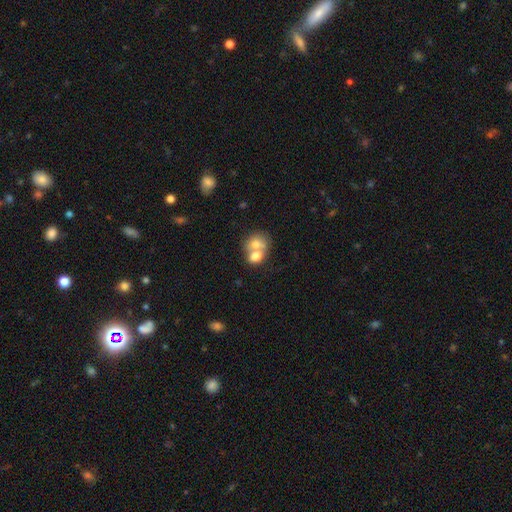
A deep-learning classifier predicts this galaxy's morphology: This is likely a smooth galaxy (70%). How rounded: possibly in between (52%). Merging: likely merger (68%).